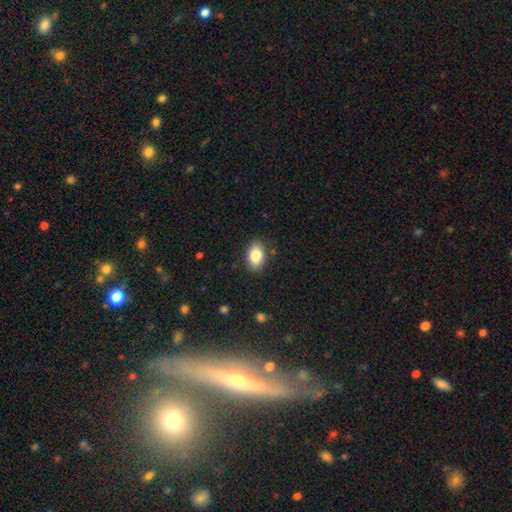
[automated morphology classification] Q: Smooth or featured?
A: smooth (85%); runner-up: star or artifact (8%)
Q: How rounded?
A: in between (87%); runner-up: round (12%)
Q: Merging?
A: none (87%); runner-up: minor disturbance (10%)